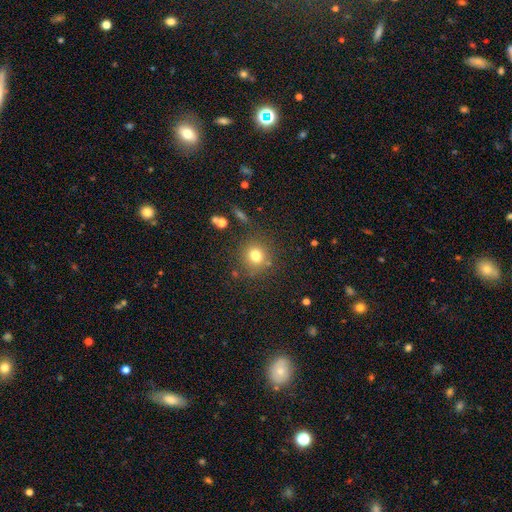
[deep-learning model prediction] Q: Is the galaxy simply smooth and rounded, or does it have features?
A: smooth — 76%.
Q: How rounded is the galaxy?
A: round — 89%.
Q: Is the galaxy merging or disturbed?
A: none — 81%.